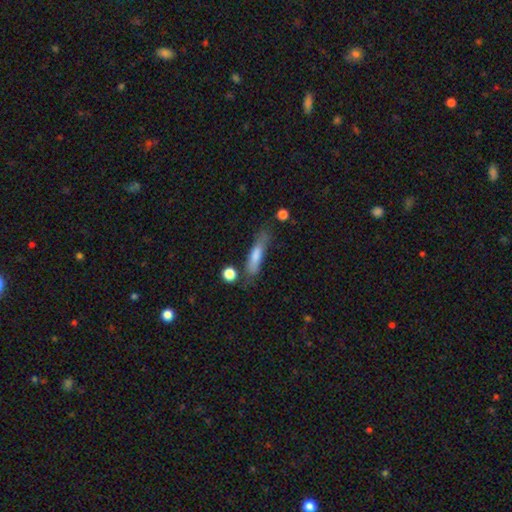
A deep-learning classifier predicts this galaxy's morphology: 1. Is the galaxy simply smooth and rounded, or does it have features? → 55% smooth, 34% featured or disk, 11% star or artifact.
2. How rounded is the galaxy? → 81% cigar-shaped, 16% in between, 3% round.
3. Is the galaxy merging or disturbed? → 65% none, 21% minor disturbance, 8% major disturbance, 6% merger.